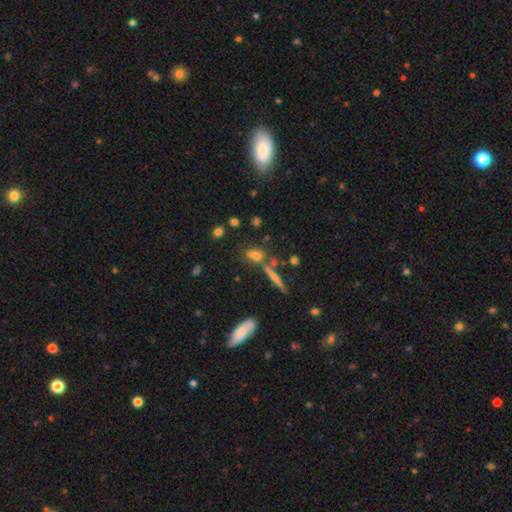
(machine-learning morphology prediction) smooth 56%, featured or disk 23%, star or artifact 21%. Down the decision tree: how rounded — in between (47%); merging — none (62%).